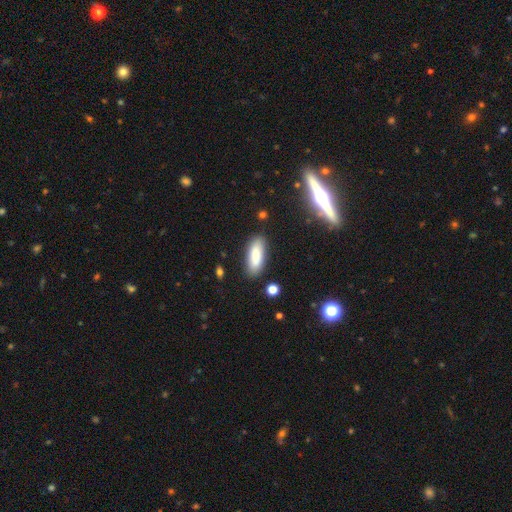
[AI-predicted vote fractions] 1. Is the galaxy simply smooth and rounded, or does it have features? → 85% smooth, 8% featured or disk, 7% star or artifact.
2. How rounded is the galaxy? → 69% in between, 29% cigar-shaped, 2% round.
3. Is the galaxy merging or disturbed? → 84% none, 11% minor disturbance, 3% major disturbance, 2% merger.